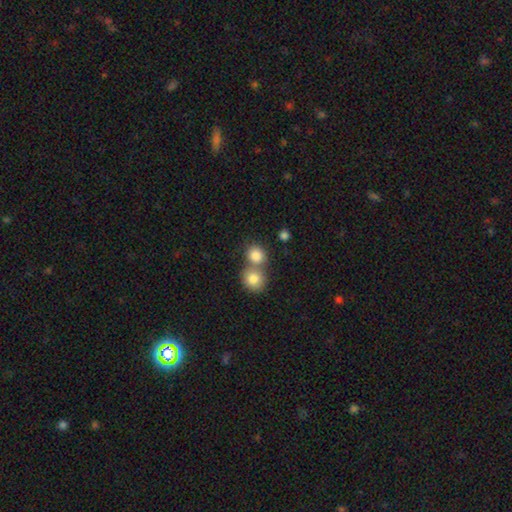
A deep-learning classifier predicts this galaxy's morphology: Smooth or featured? smooth (83%)
How rounded? round (79%)
Merging? merger (49%)